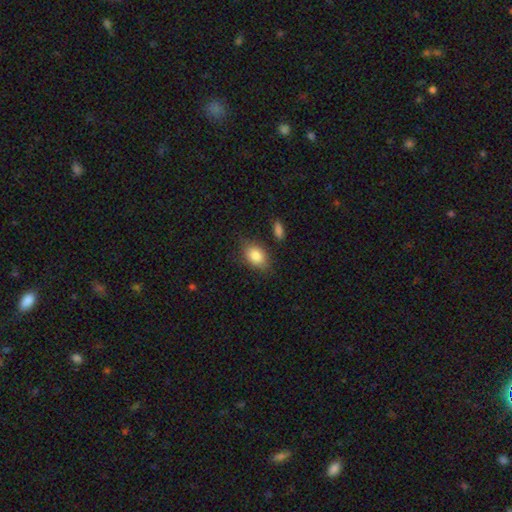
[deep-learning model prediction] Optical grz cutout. It shows a smooth galaxy with no disk features (84%) that is in between round and cigar-shaped (84%). Merging: none (78%).